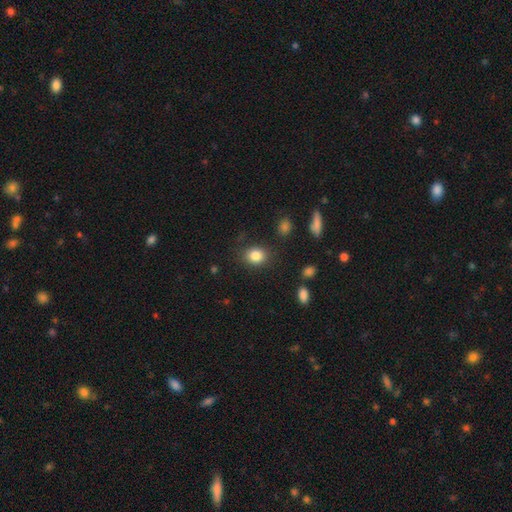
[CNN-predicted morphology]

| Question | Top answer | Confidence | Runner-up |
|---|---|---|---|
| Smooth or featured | smooth | 84% | star or artifact (10%) |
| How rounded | round | 55% | in between (44%) |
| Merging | none | 83% | minor disturbance (11%) |